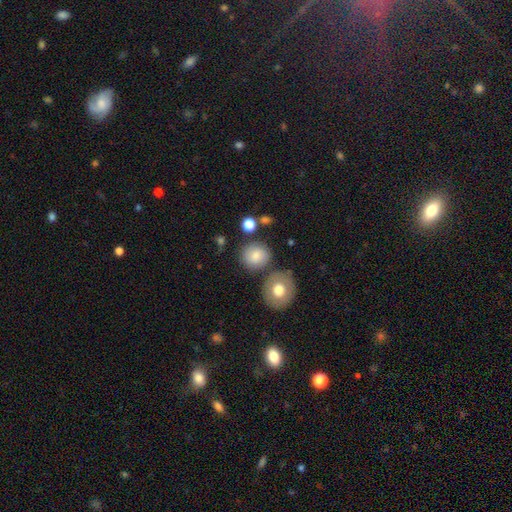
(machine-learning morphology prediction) smooth 80%, featured or disk 12%, star or artifact 9%. Down the decision tree: how rounded — round (85%); merging — none (76%).